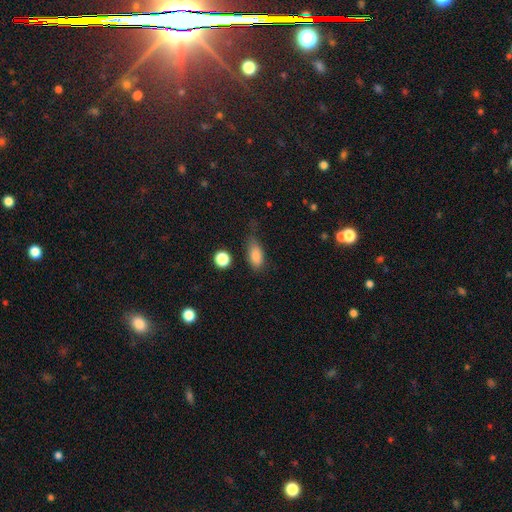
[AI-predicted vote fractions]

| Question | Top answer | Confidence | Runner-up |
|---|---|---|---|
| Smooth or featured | smooth | 81% | star or artifact (10%) |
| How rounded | in between | 84% | cigar-shaped (9%) |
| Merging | none | 54% | minor disturbance (32%) |